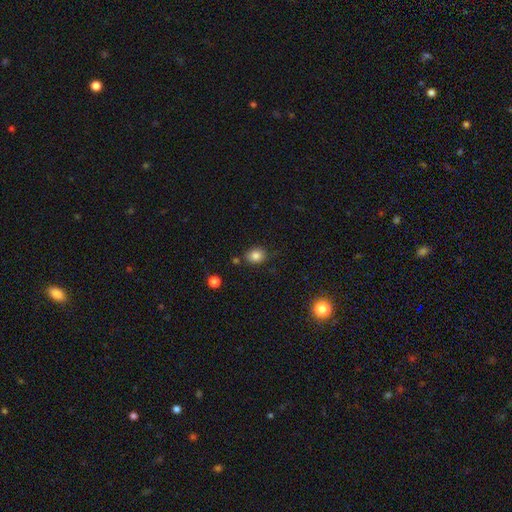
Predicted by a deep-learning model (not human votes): Morphology: type=smooth (84%); roundness=round (59%); merging=none (76%).